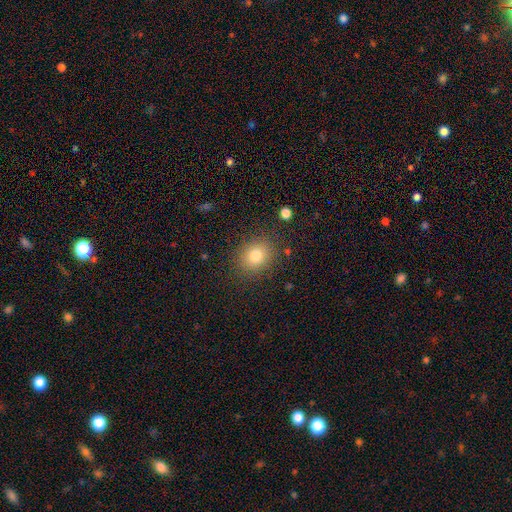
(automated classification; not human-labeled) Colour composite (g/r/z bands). It shows a smooth galaxy with no disk features (79%) that is round (67%). Merging: none (85%).